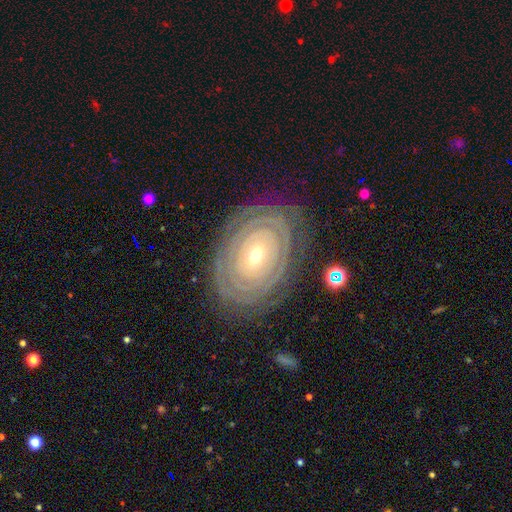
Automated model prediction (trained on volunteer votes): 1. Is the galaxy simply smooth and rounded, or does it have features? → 83% featured or disk, 11% smooth, 6% star or artifact.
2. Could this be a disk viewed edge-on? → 96% no, 4% yes.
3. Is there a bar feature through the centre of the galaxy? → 66% no, 22% weak, 12% strong.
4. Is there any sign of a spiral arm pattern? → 87% yes, 13% no.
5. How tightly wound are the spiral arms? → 90% tight, 8% medium, 3% loose.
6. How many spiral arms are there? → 43% can't tell, 20% 2, 12% 3, 10% 4, 9% more than 4, 6% 1.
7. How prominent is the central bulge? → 59% small, 37% moderate, 2% large, 1% dominant, 1% none.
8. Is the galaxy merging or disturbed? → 83% none, 11% minor disturbance, 5% major disturbance, 1% merger.